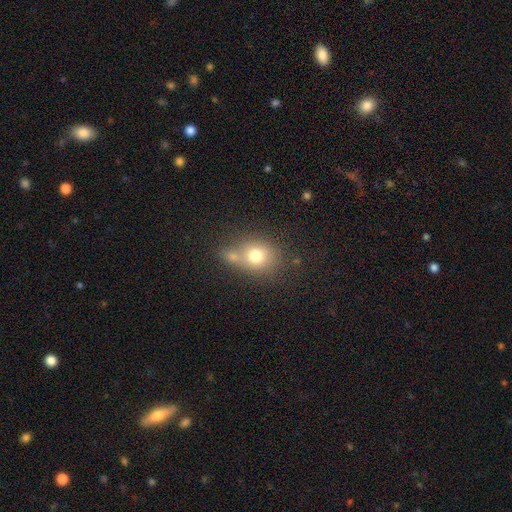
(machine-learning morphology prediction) Q: Smooth or featured?
A: smooth (74%); runner-up: featured or disk (14%)
Q: How rounded?
A: round (64%); runner-up: in between (35%)
Q: Merging?
A: none (47%); runner-up: merger (33%)